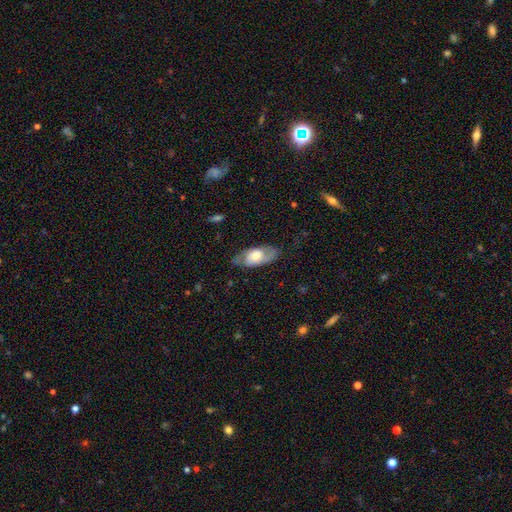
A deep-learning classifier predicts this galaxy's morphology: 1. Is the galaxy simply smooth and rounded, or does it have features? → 52% featured or disk, 42% smooth, 6% star or artifact.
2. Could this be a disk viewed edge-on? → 83% no, 17% yes.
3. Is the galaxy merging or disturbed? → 71% none, 20% minor disturbance, 8% major disturbance, 1% merger.